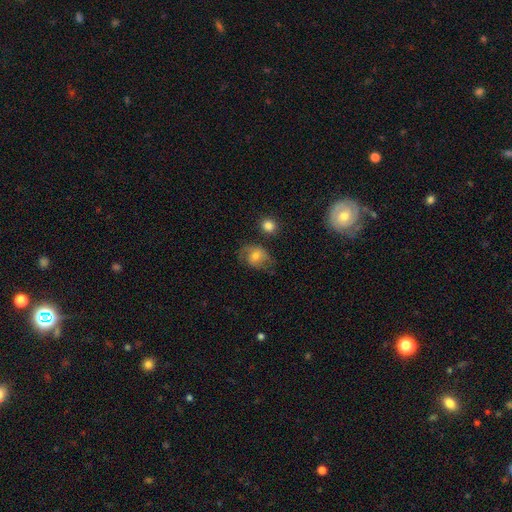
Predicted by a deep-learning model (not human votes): This is possibly a smooth galaxy (55%). How rounded: possibly in between (52%). Merging: possibly none (50%).